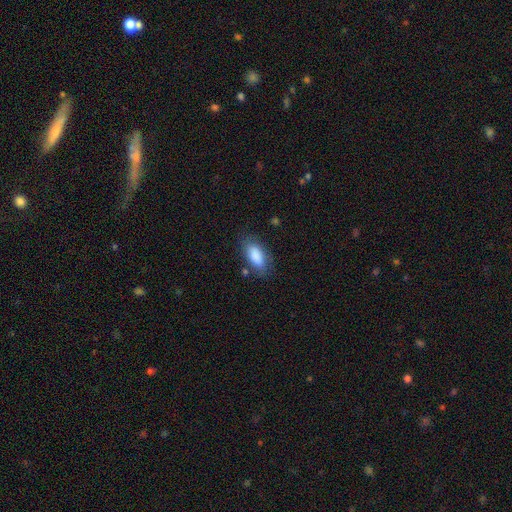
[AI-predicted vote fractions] Smooth or featured? Predicted: smooth (p=0.86). How rounded? Predicted: in between (p=0.90). Merging? Predicted: none (p=0.74).